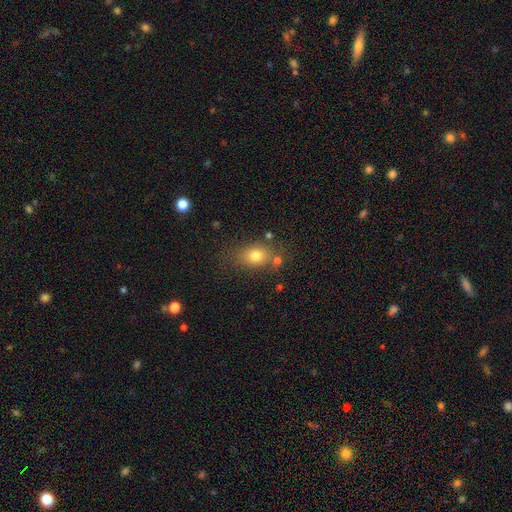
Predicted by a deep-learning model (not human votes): Smooth or featured?
  - smooth: 75% *
  - star or artifact: 13%
  - featured or disk: 12%
How rounded?
  - in between: 69% *
  - round: 29%
  - cigar-shaped: 2%
Merging?
  - none: 69% *
  - minor disturbance: 16%
  - merger: 9%
  - major disturbance: 6%